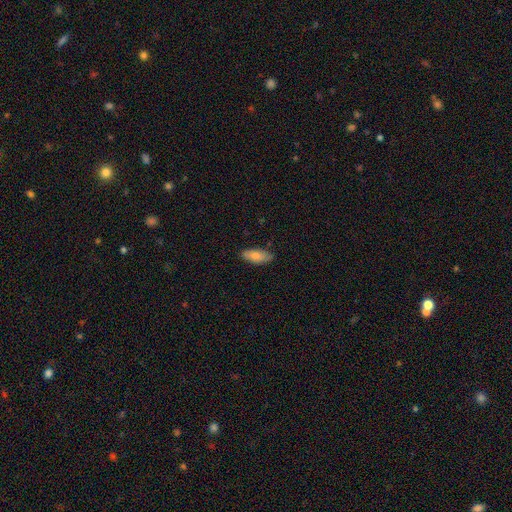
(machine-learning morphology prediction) smooth_or_featured: smooth (p=0.79) [alt: featured or disk p=0.15]
how_rounded: in between (p=0.79) [alt: cigar-shaped p=0.19]
merging: none (p=0.82) [alt: minor disturbance p=0.15]